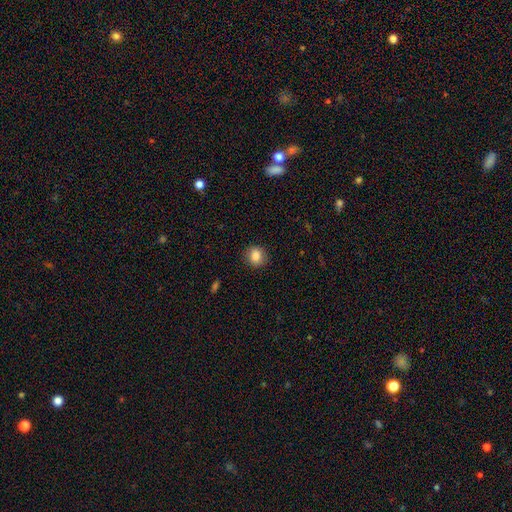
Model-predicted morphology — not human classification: This is clearly a smooth galaxy (84%). How rounded: likely round (79%). Merging: clearly none (89%).